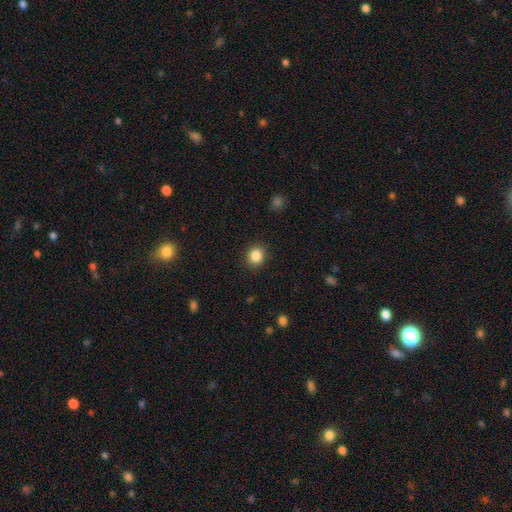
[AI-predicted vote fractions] Smooth or featured: smooth — 86% (star or artifact — 10%)
How rounded: round — 81% (in between — 18%)
Merging: none — 90% (minor disturbance — 7%)